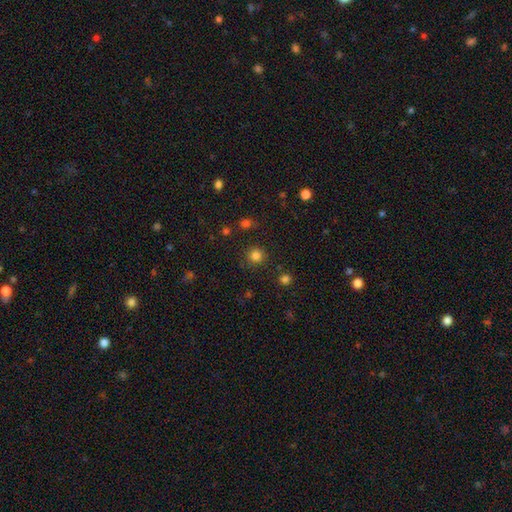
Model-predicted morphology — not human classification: smooth-or-featured: smooth: 81% | star or artifact: 14% | featured or disk: 4%
  how-rounded: round: 94% | in between: 5% | cigar-shaped: 1%
  merging: none: 88% | minor disturbance: 7% | major disturbance: 3% | merger: 3%